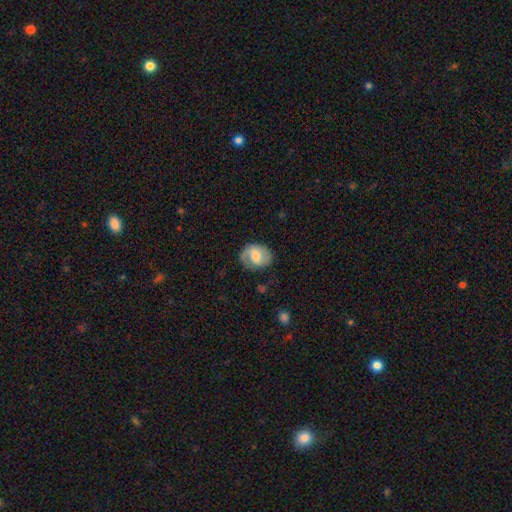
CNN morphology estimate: Q: Smooth or featured?
A: featured or disk (51%); runner-up: smooth (42%)
Q: Edge-on disk?
A: no (97%); runner-up: yes (3%)
Q: Merging?
A: none (73%); runner-up: minor disturbance (19%)